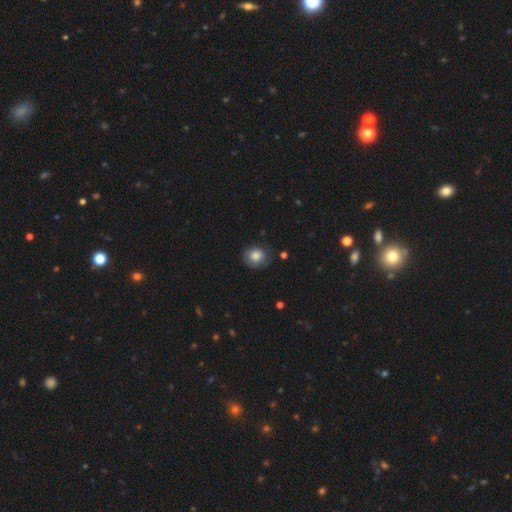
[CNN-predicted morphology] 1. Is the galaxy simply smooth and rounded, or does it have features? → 81% smooth, 11% featured or disk, 8% star or artifact.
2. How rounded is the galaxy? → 76% round, 24% in between, 1% cigar-shaped.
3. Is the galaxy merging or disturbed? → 74% none, 20% minor disturbance, 5% major disturbance, 2% merger.